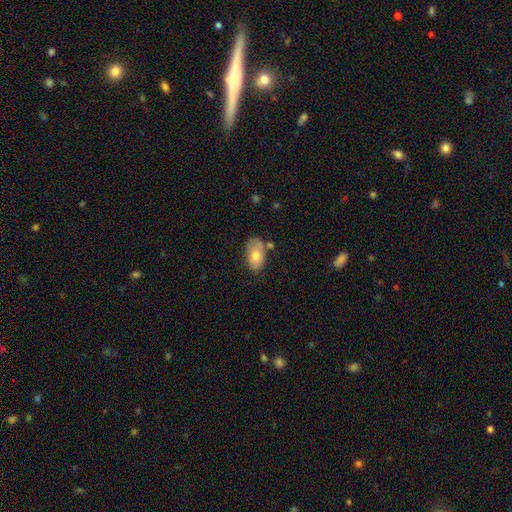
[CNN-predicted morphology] Smooth or featured? Predicted: smooth (p=0.75). How rounded? Predicted: in between (p=0.92). Merging? Predicted: none (p=0.61).